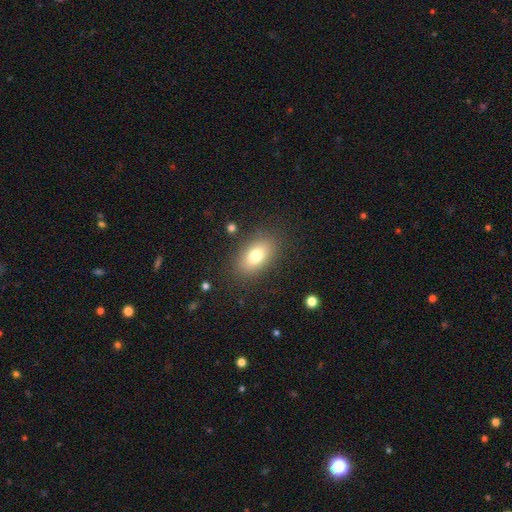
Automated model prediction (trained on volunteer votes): Smooth or featured? Predicted: smooth (p=0.77). How rounded? Predicted: in between (p=0.89). Merging? Predicted: none (p=0.84).